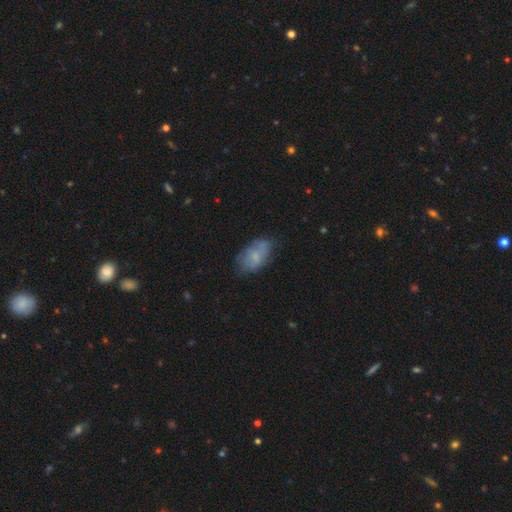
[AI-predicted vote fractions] Overall: smooth (66%). How rounded: in between (92%). Merging: none (59%; minor disturbance 29%).